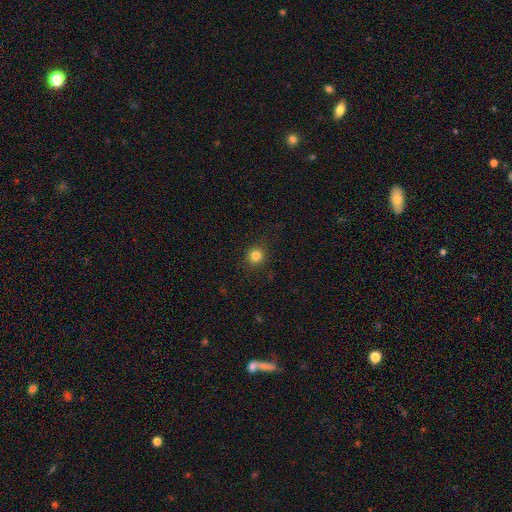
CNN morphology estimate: This appears to be a smooth galaxy with no disk features (83%) that is round (91%). Merging: none (90%).